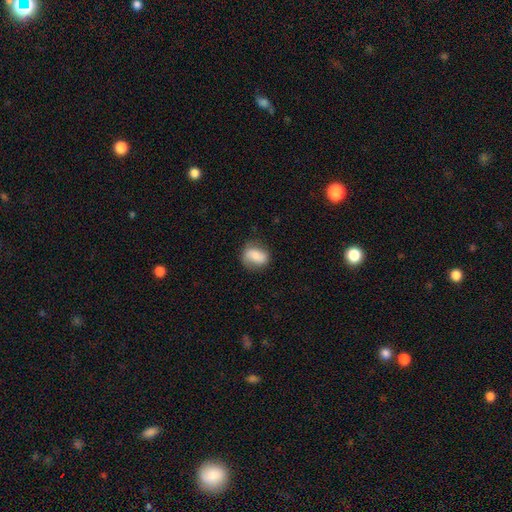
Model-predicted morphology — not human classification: This is likely a smooth galaxy (70%). How rounded: likely in between (62%). Merging: likely none (68%).